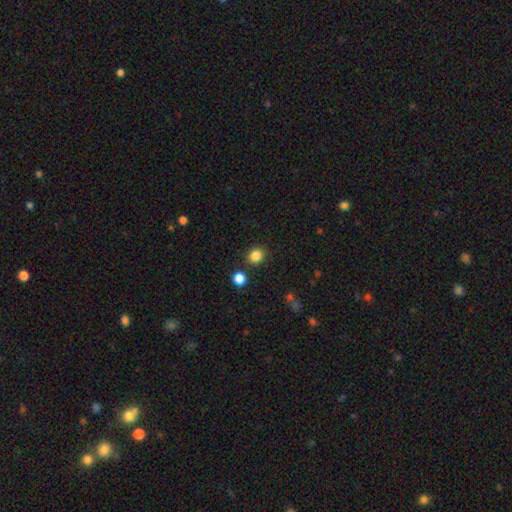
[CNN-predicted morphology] Smooth or featured?
  - smooth: 85% *
  - star or artifact: 11%
  - featured or disk: 4%
How rounded?
  - round: 79% *
  - in between: 20%
  - cigar-shaped: 1%
Merging?
  - none: 86% *
  - minor disturbance: 8%
  - merger: 4%
  - major disturbance: 3%